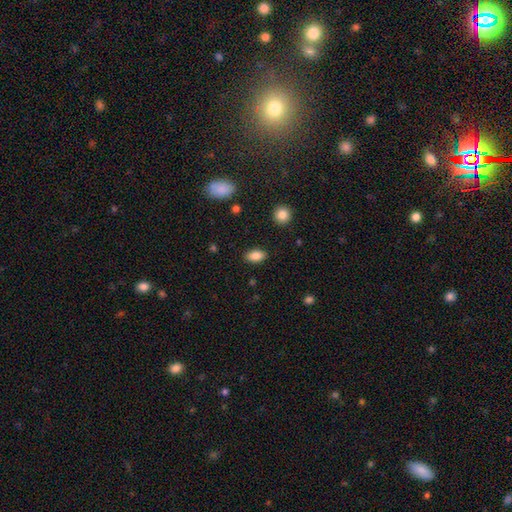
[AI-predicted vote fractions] Smooth or featured?
  - smooth: 85% *
  - star or artifact: 8%
  - featured or disk: 7%
How rounded?
  - in between: 90% *
  - round: 7%
  - cigar-shaped: 3%
Merging?
  - none: 87% *
  - minor disturbance: 9%
  - major disturbance: 2%
  - merger: 1%